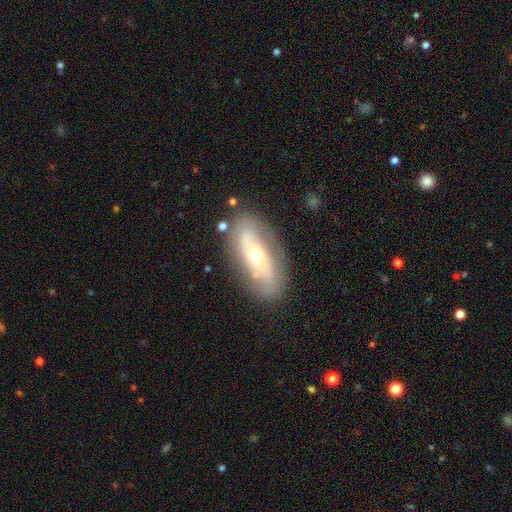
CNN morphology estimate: This is likely a featured or disk galaxy (61%). It is clearly not viewed edge-on (85%). Bar: likely no (67%). Spiral arm pattern: possibly yes (53%). Central bulge: possibly moderate (49%). Merging: likely none (77%).